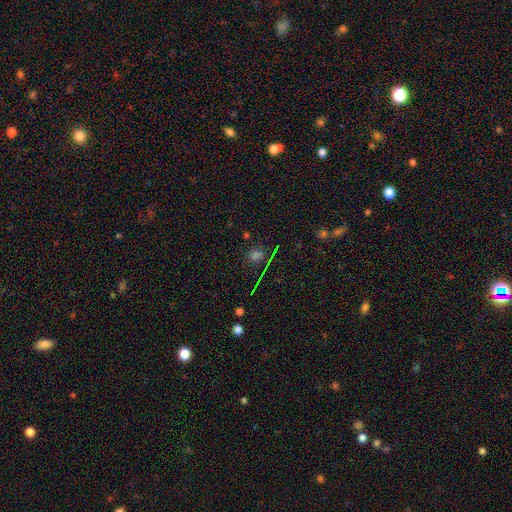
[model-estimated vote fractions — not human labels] Q: Smooth or featured?
A: star or artifact (47%); runner-up: smooth (43%)